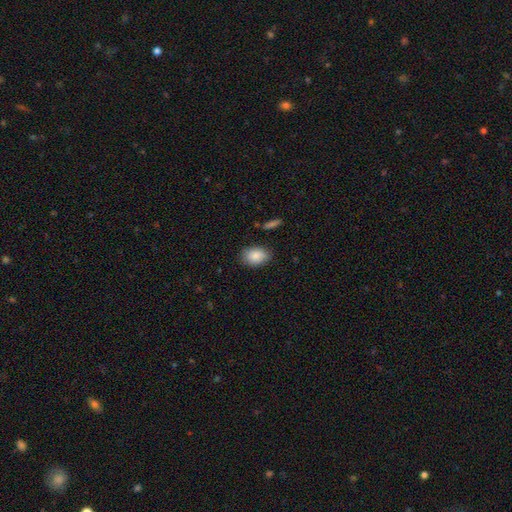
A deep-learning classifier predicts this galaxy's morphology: smooth 87%, star or artifact 7%, featured or disk 6%. Down the decision tree: how rounded — in between (85%); merging — none (83%).